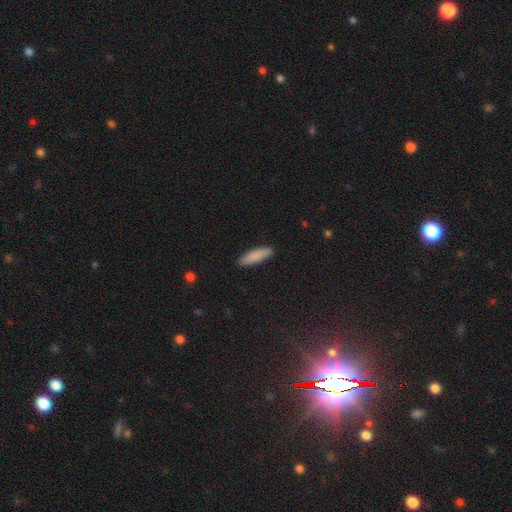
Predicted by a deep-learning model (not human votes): A smooth galaxy with no disk features (87%) that is cigar-shaped (65%).

Vote fractions:
- Smooth or featured? smooth: 87% / featured or disk: 7% / star or artifact: 6%
- How rounded? cigar-shaped: 65% / in between: 33% / round: 2%
- Merging? none: 90% / minor disturbance: 7% / major disturbance: 2% / merger: 1%